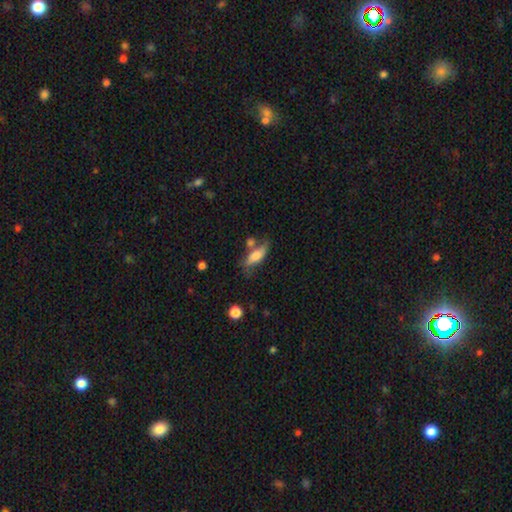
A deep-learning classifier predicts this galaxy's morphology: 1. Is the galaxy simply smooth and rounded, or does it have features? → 62% smooth, 31% featured or disk, 7% star or artifact.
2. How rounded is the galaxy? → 62% in between, 34% cigar-shaped, 4% round.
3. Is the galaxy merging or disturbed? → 53% none, 22% minor disturbance, 17% merger, 8% major disturbance.